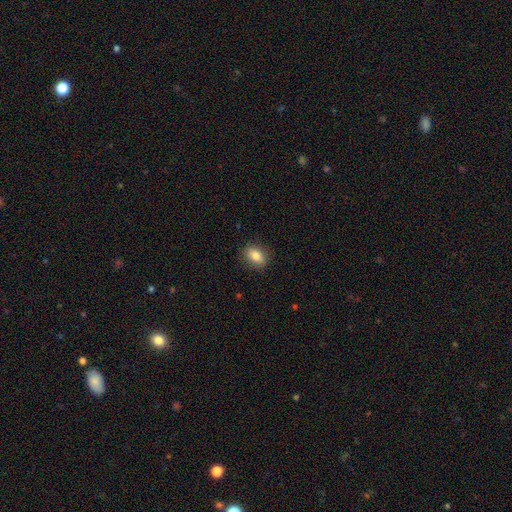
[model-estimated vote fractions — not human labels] smooth_or_featured: smooth (p=0.82) [alt: featured or disk p=0.10]
how_rounded: in between (p=0.74) [alt: round p=0.24]
merging: none (p=0.87) [alt: minor disturbance p=0.10]